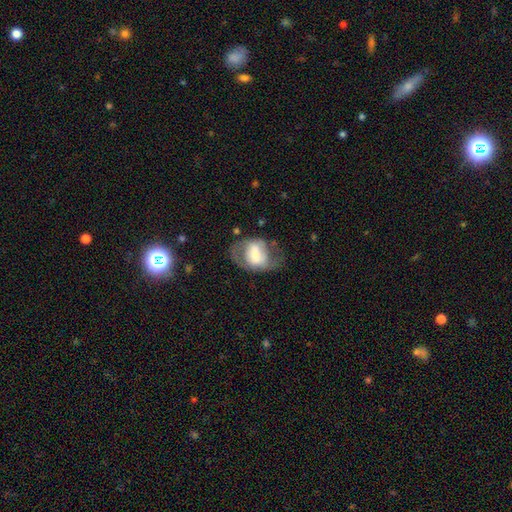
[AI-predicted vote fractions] Smooth or featured? featured or disk (57%)
Edge-on disk? no (96%)
Bar? weak (40%)
Spiral arms? yes (66%)
Bulge size? large (31%)
Merging? none (46%)